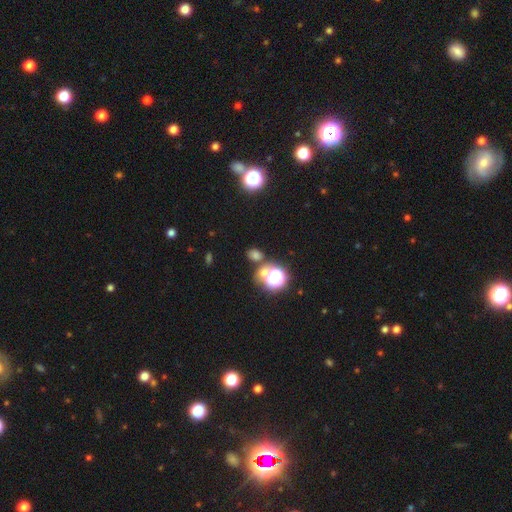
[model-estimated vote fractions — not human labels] A smooth galaxy with no disk features (61%) that is round (50%). Merging: none (69%).